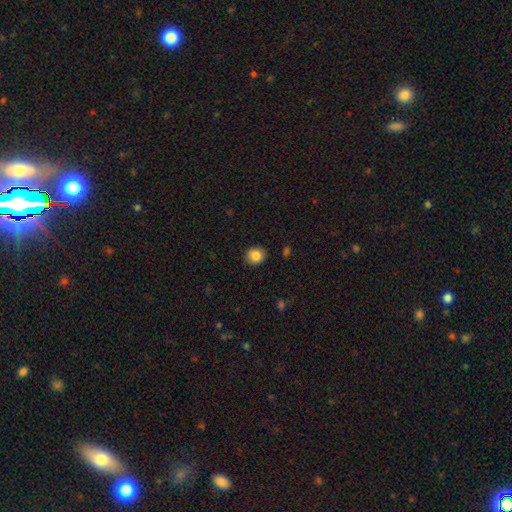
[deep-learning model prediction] Smooth or featured: smooth — 85% (star or artifact — 9%)
How rounded: round — 79% (in between — 20%)
Merging: none — 88% (minor disturbance — 9%)